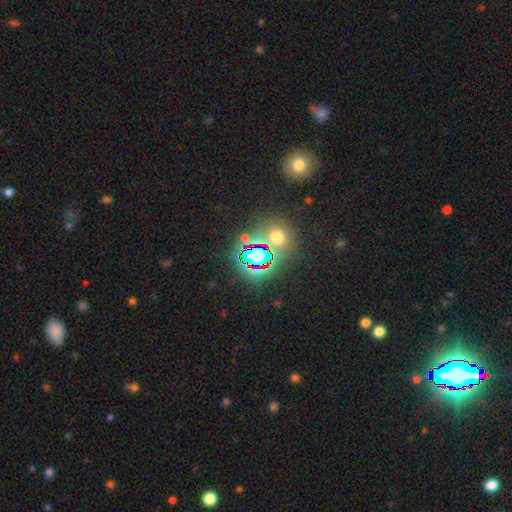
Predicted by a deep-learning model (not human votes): The model was most divided on "smooth or featured": star or artifact: 67%, smooth: 23%, featured or disk: 10%.